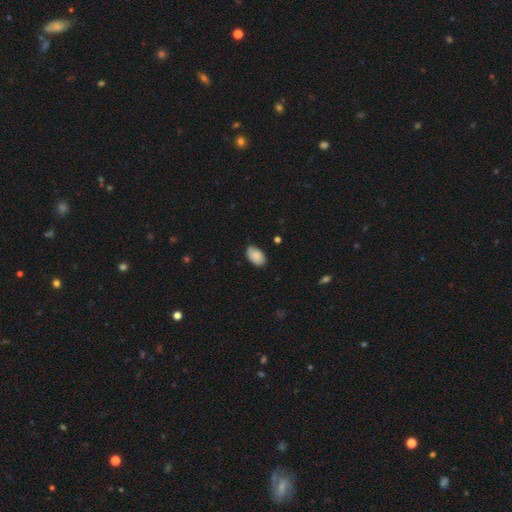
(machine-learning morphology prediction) Smooth or featured?
  - smooth: 87% *
  - star or artifact: 7%
  - featured or disk: 6%
How rounded?
  - in between: 91% *
  - round: 7%
  - cigar-shaped: 1%
Merging?
  - none: 72% *
  - minor disturbance: 23%
  - major disturbance: 3%
  - merger: 1%